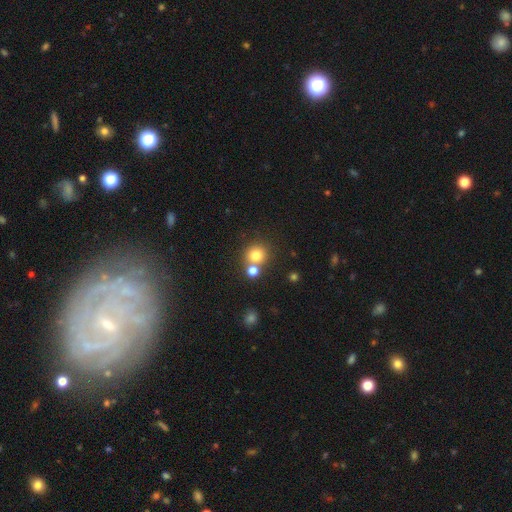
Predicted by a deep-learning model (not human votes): Smooth or featured? Predicted: smooth (p=0.77). How rounded? Predicted: round (p=0.88). Merging? Predicted: none (p=0.58).